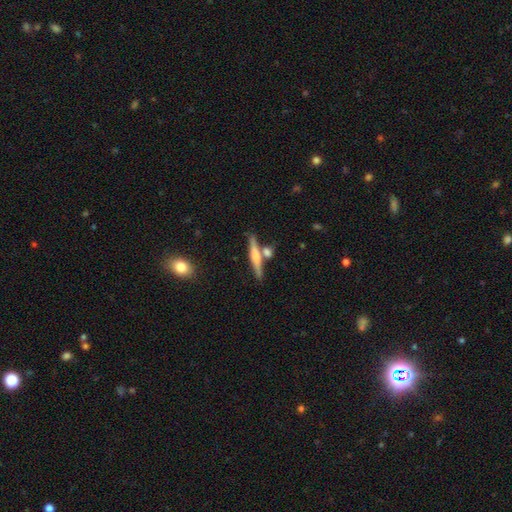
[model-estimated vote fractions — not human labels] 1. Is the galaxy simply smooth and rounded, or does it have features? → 50% featured or disk, 43% smooth, 7% star or artifact.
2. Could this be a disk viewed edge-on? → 96% yes, 4% no.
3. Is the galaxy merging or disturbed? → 71% none, 16% merger, 10% minor disturbance, 3% major disturbance.